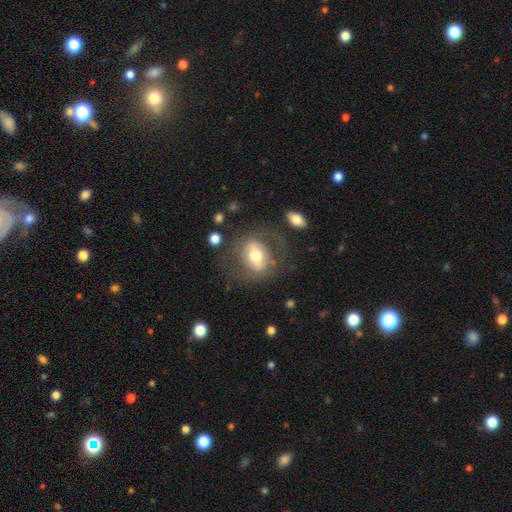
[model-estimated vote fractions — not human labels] Q: Smooth or featured?
A: featured or disk (48%); runner-up: smooth (44%)
Q: Merging?
A: none (65%); runner-up: minor disturbance (17%)